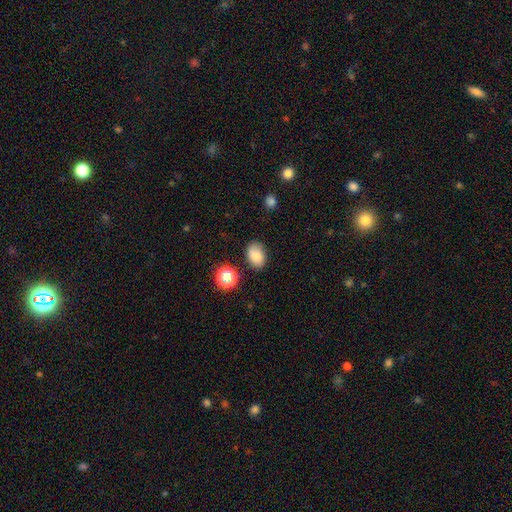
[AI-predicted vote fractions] smooth-or-featured: smooth: 80% | star or artifact: 11% | featured or disk: 9%
  how-rounded: in between: 79% | round: 19% | cigar-shaped: 1%
  merging: none: 76% | minor disturbance: 17% | major disturbance: 4% | merger: 3%